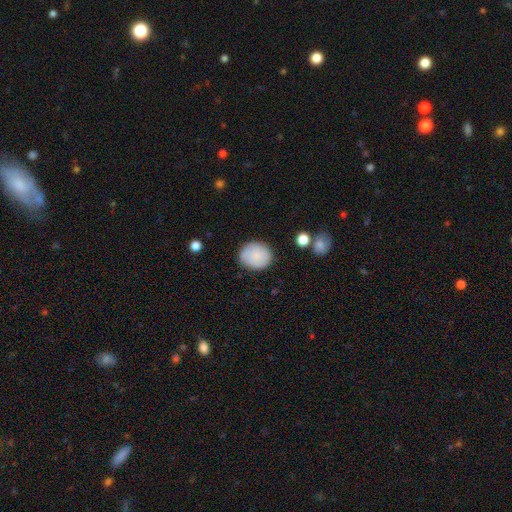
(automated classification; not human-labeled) Overall: smooth (82%). How rounded: round (75%). Merging: none (85%).